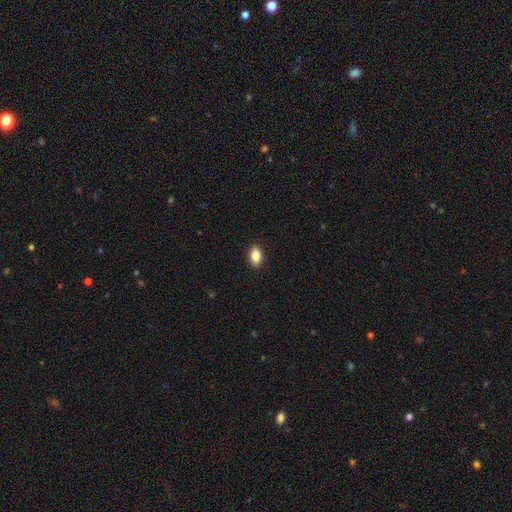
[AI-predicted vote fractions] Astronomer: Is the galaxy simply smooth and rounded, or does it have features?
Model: smooth — 82%.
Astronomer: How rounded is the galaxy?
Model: in between — 88%.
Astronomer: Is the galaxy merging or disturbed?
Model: none — 89%.